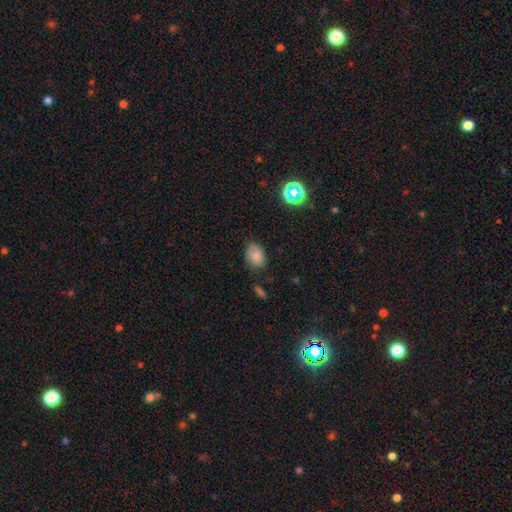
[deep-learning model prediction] This appears to be a smooth galaxy with no disk features (80%) that is in between round and cigar-shaped (72%). Merging: none (68%).